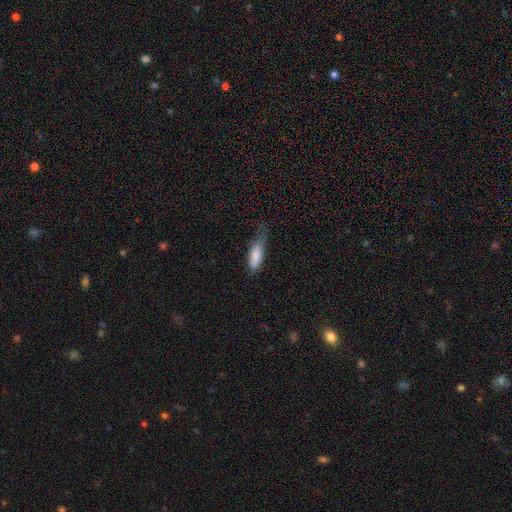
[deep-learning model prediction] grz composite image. It shows a smooth galaxy with no disk features (82%) that is in between round and cigar-shaped (60%). Merging: minor disturbance (40%).